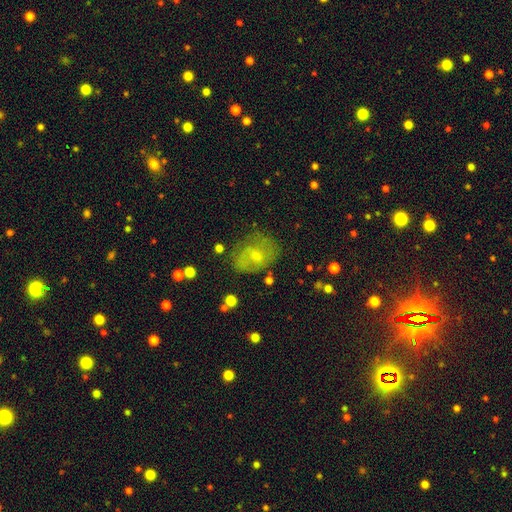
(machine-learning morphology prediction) Smooth or featured?
  - featured or disk: 48% *
  - smooth: 35%
  - star or artifact: 17%
Merging?
  - none: 66% *
  - minor disturbance: 20%
  - major disturbance: 11%
  - merger: 2%